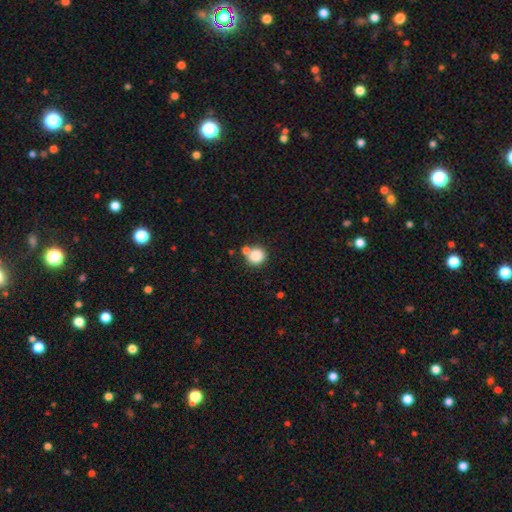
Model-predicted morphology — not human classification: type=smooth (84%); roundness=round (90%); merging=none (63%).